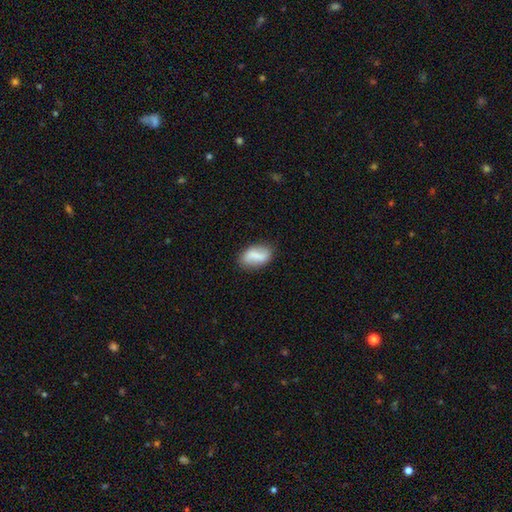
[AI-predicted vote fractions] This appears to be a smooth galaxy with no disk features (69%) that is in between round and cigar-shaped (88%). Merging: none (75%).